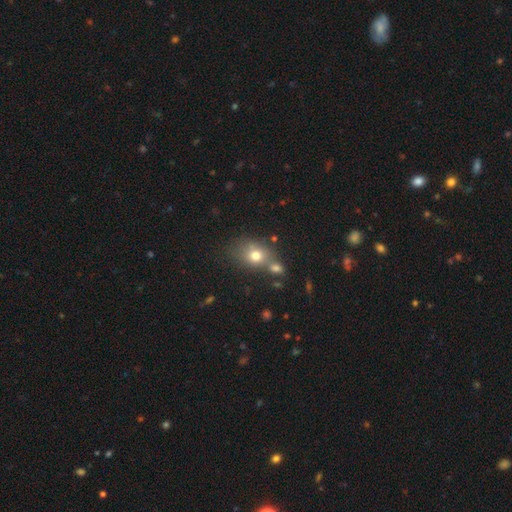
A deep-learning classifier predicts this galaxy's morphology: smooth 74%, featured or disk 14%, star or artifact 12%. Down the decision tree: how rounded — in between (51%); merging — none (46%).